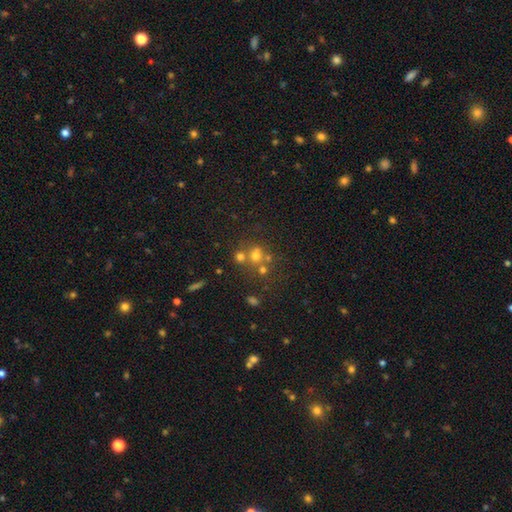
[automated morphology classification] Smooth or featured? Predicted: smooth (p=0.56). How rounded? Predicted: round (p=0.79). Merging? Predicted: none (p=0.46).